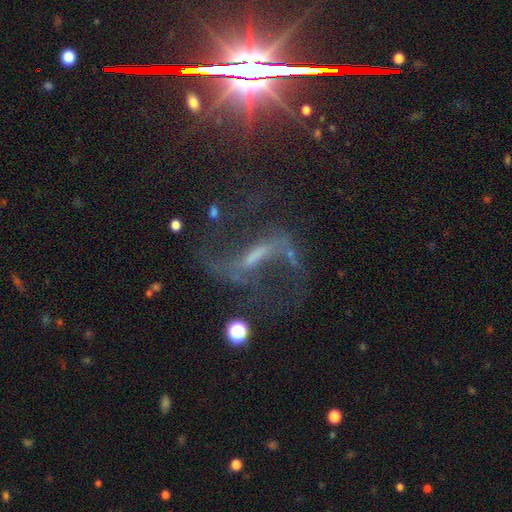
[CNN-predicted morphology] smooth-or-featured: featured or disk: 74% | star or artifact: 16% | smooth: 10%
  disk-edge-on: no: 91% | yes: 9%
    bar: strong: 55% | weak: 31% | no: 14%
    has-spiral-arms: yes: 86% | no: 14%
      spiral-winding: loose: 76% | medium: 19% | tight: 5%
      spiral-arm-count: 2: 86% | can't tell: 5% | 1: 4% | 3: 2% | 4: 1% | more than 4: 1%
    bulge-size: none: 41% | small: 33% | moderate: 21% | large: 4% | dominant: 2%
  merging: none: 52% | major disturbance: 26% | minor disturbance: 16% | merger: 6%